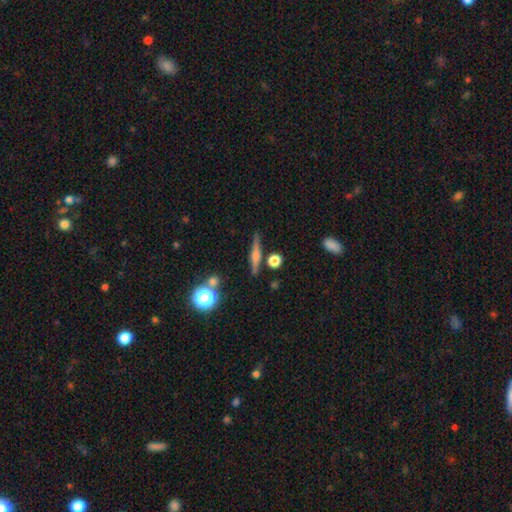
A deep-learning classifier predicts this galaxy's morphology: The model was most divided on "smooth or featured": featured or disk: 64%, smooth: 26%, star or artifact: 9%. More confident: edge-on disk — yes (96%); merging — none (84%); edge-on bulge — rounded (83%).